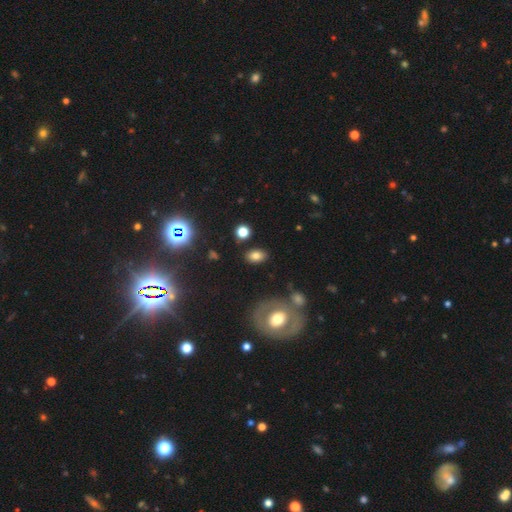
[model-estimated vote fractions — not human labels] This is likely a smooth galaxy (77%). How rounded: clearly in between (84%). Merging: clearly none (84%).